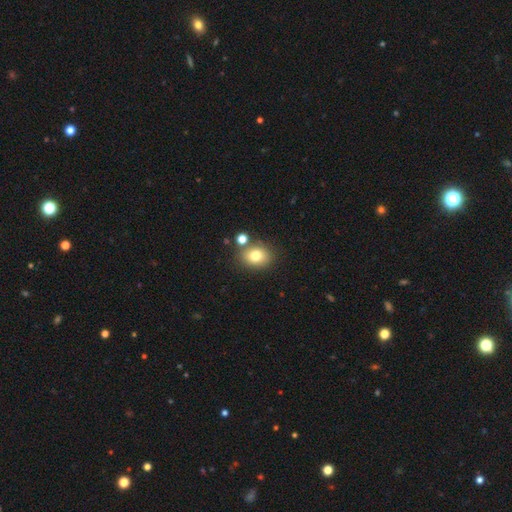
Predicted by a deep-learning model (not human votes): The model was most divided on "how rounded": in between: 52%, round: 47%, cigar-shaped: 1%. More confident: smooth or featured — smooth (78%); merging — none (73%).